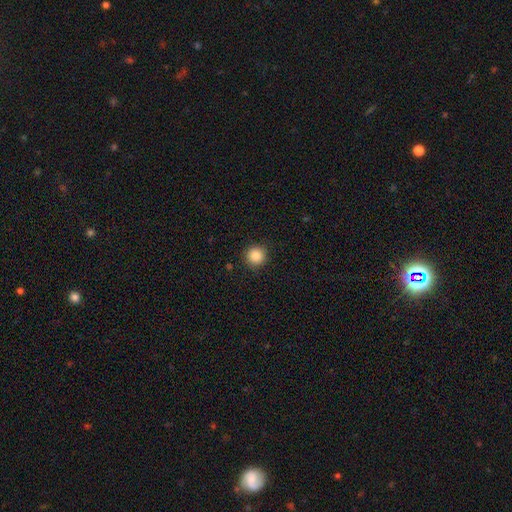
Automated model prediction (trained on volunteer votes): The model was most divided on "smooth or featured": smooth: 87%, star or artifact: 10%, featured or disk: 3%. More confident: how rounded — round (94%); merging — none (89%).